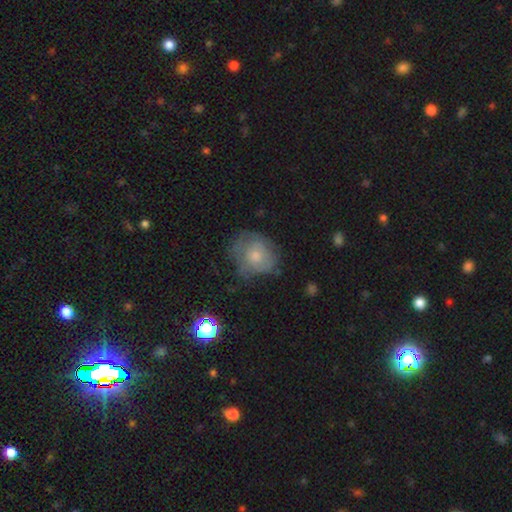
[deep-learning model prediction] Smooth or featured?
  - smooth: 53% *
  - featured or disk: 34%
  - star or artifact: 13%
How rounded?
  - round: 71% *
  - in between: 28%
  - cigar-shaped: 1%
Merging?
  - none: 55% *
  - minor disturbance: 28%
  - major disturbance: 15%
  - merger: 2%